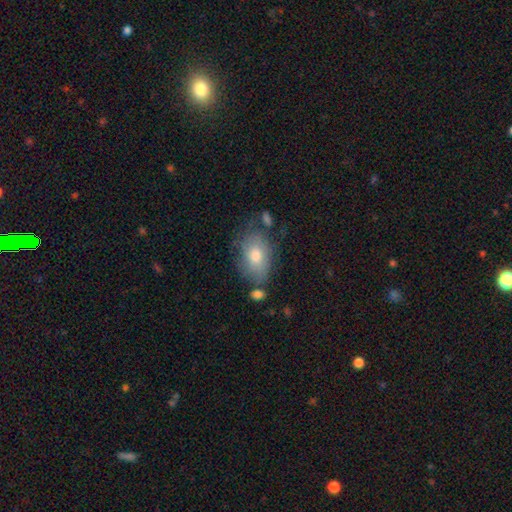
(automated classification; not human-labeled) smooth 73%, featured or disk 19%, star or artifact 8%. Down the decision tree: how rounded — in between (85%); merging — none (61%).